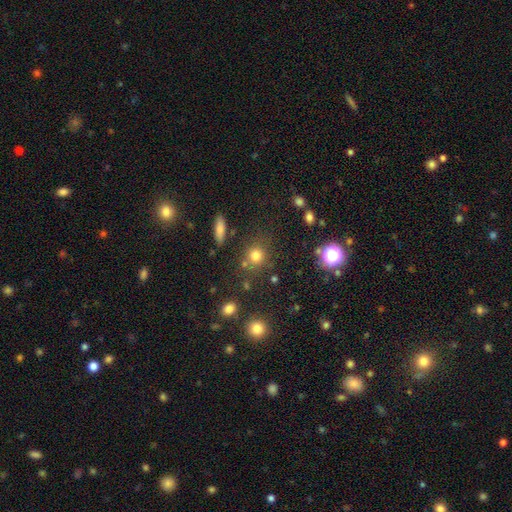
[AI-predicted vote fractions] Overall: smooth (74%). How rounded: round (84%). Merging: none (72%).